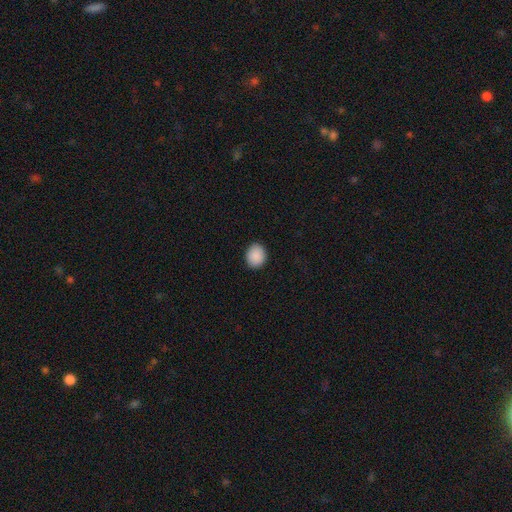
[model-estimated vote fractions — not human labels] smooth-or-featured: smooth: 90% | star or artifact: 7% | featured or disk: 2%
  how-rounded: round: 64% | in between: 35% | cigar-shaped: 1%
  merging: none: 90% | minor disturbance: 7% | major disturbance: 2% | merger: 1%